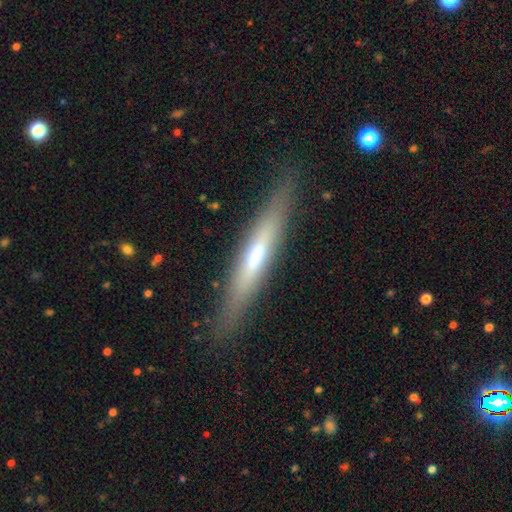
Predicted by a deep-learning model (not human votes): smooth-or-featured: featured or disk: 55% | smooth: 38% | star or artifact: 7%
  disk-edge-on: yes: 90% | no: 10%
  merging: none: 88% | minor disturbance: 9% | major disturbance: 2% | merger: 1%